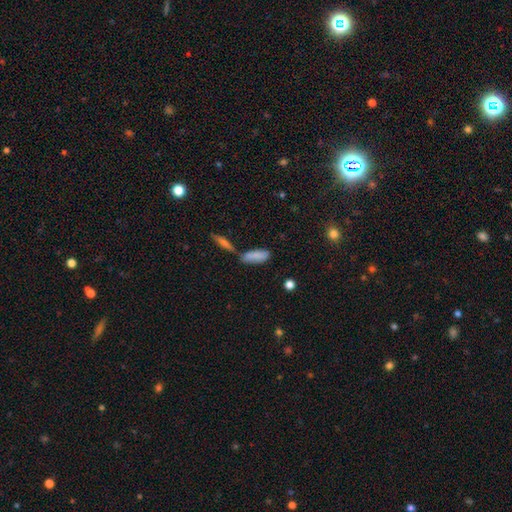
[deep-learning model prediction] Smooth or featured?
  - smooth: 80% *
  - featured or disk: 12%
  - star or artifact: 8%
How rounded?
  - in between: 67% *
  - cigar-shaped: 30%
  - round: 2%
Merging?
  - none: 43% *
  - merger: 33%
  - minor disturbance: 17%
  - major disturbance: 6%